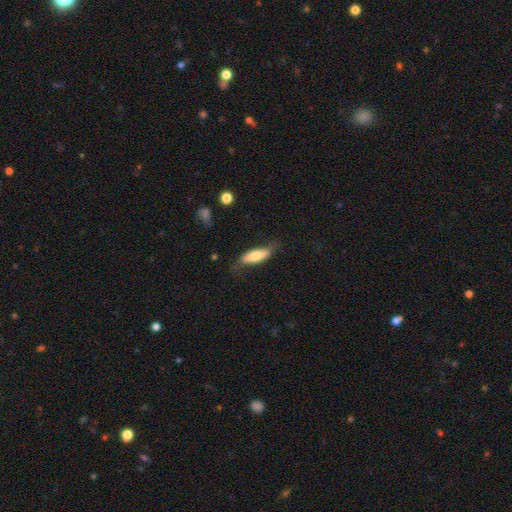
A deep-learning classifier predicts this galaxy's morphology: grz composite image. It shows a smooth galaxy with no disk features (70%) that is in between round and cigar-shaped (57%). Merging: none (65%).